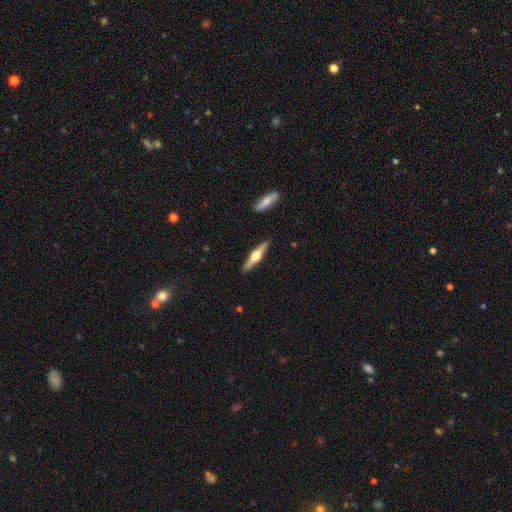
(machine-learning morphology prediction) A featured or disk galaxy (69%) viewed edge-on (97%) with a rounded central bulge (93%).

Vote fractions:
- Smooth or featured? featured or disk: 69% / smooth: 26% / star or artifact: 5%
- Edge-on disk? yes: 97% / no: 3%
- Edge-on bulge? rounded: 93% / boxy: 5% / none: 2%
- Merging? none: 90% / minor disturbance: 7% / merger: 2% / major disturbance: 2%